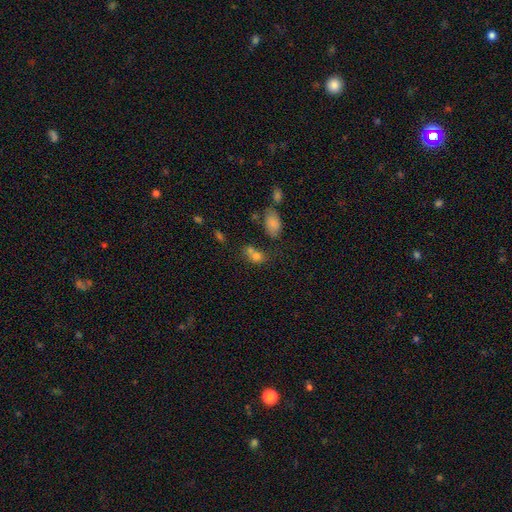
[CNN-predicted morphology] Smooth or featured: smooth — 74% (star or artifact — 13%)
How rounded: in between — 54% (round — 44%)
Merging: merger — 46% (none — 35%)